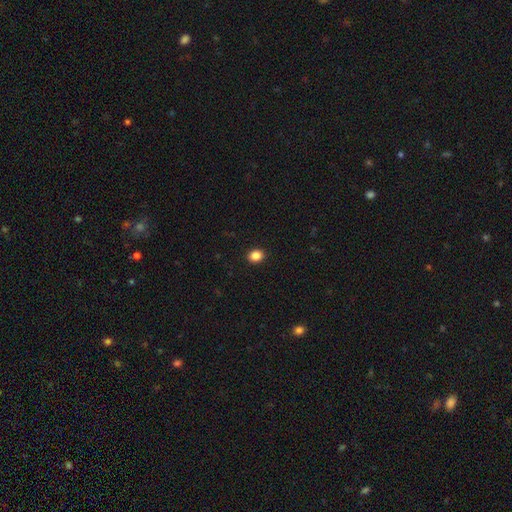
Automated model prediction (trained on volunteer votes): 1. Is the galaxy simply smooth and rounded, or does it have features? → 87% smooth, 10% star or artifact, 3% featured or disk.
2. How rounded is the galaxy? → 52% round, 47% in between, 1% cigar-shaped.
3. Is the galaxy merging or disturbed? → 92% none, 6% minor disturbance, 2% major disturbance, 1% merger.